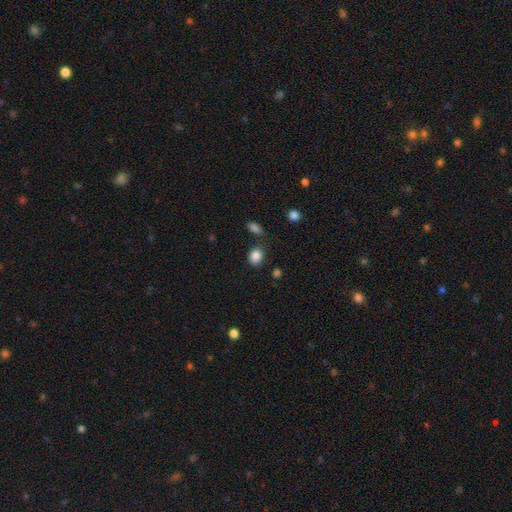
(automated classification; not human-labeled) A smooth galaxy with no disk features (86%) that is round (51%). Merging: none (77%).